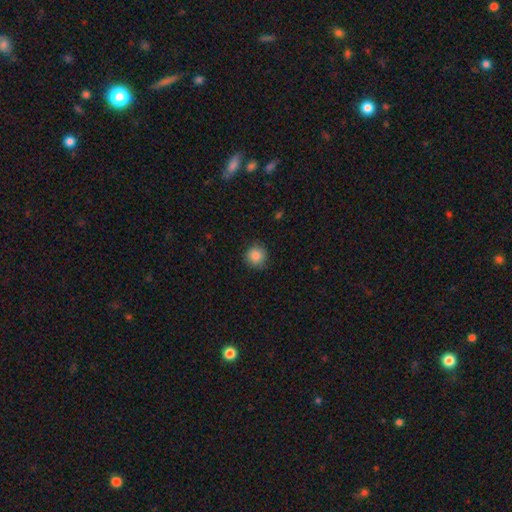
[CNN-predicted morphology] Smooth or featured?
  - smooth: 87% *
  - star or artifact: 9%
  - featured or disk: 4%
How rounded?
  - round: 93% *
  - in between: 6%
  - cigar-shaped: 1%
Merging?
  - none: 87% *
  - minor disturbance: 10%
  - major disturbance: 2%
  - merger: 1%